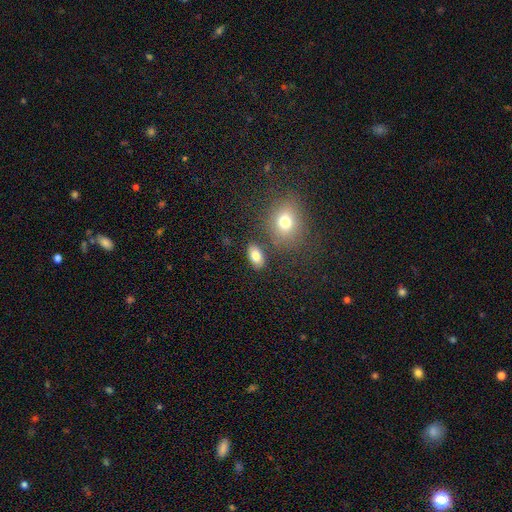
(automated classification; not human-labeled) Morphology: type=smooth (80%); roundness=in between (88%); merging=none (80%).